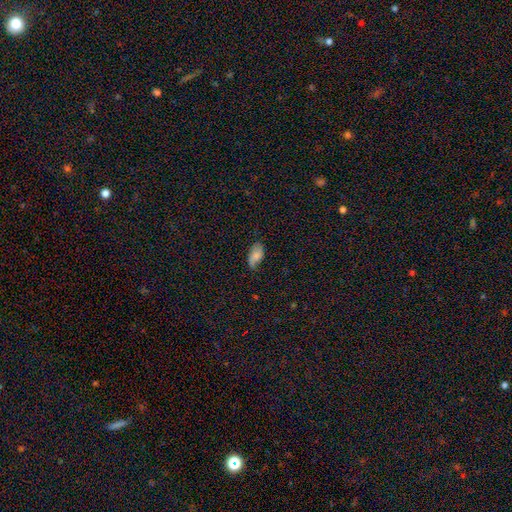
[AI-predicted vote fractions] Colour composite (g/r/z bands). It shows a smooth galaxy with no disk features (74%) that is in between round and cigar-shaped (94%). Merging: none (62%).